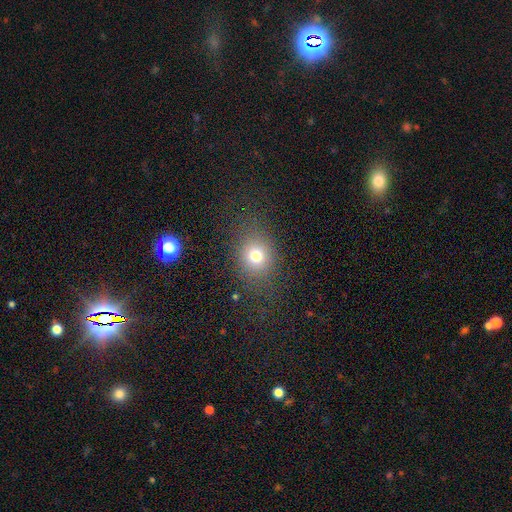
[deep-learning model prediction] smooth 75%, star or artifact 15%, featured or disk 10%. Down the decision tree: how rounded — round (62%); merging — none (77%).